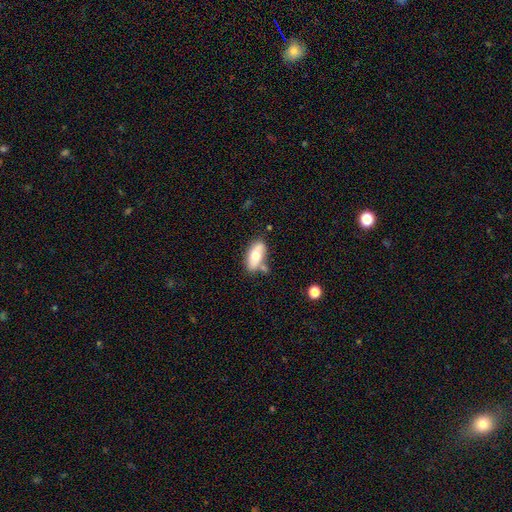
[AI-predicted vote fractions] A smooth galaxy with no disk features (60%) that is in between round and cigar-shaped (86%). Merging: none (63%).